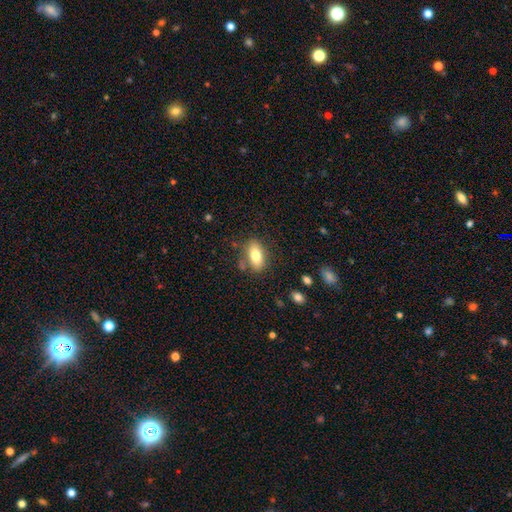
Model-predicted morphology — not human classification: Smooth or featured? Predicted: smooth (p=0.76). How rounded? Predicted: in between (p=0.86). Merging? Predicted: none (p=0.78).